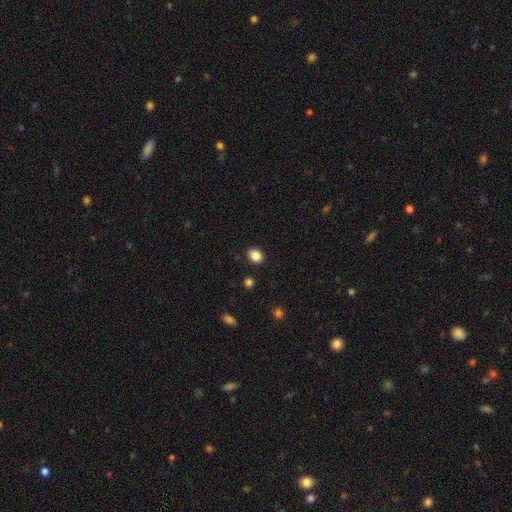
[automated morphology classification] This appears to be a smooth galaxy with no disk features (84%) that is in between round and cigar-shaped (51%). Merging: none (84%).